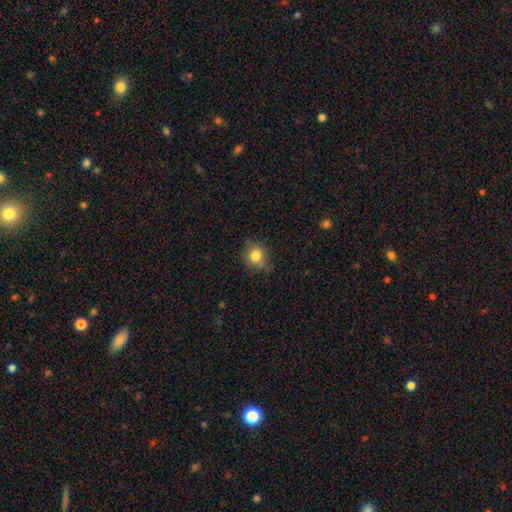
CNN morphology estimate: smooth_or_featured: smooth (p=0.80) [alt: star or artifact p=0.10]
how_rounded: round (p=0.76) [alt: in between p=0.23]
merging: none (p=0.72) [alt: minor disturbance p=0.21]